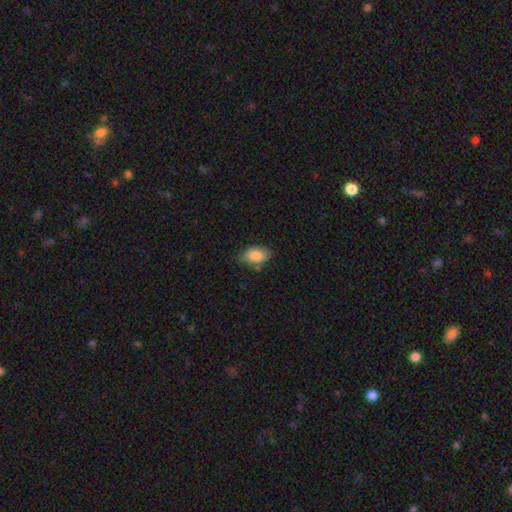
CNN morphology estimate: Q: Smooth or featured?
A: smooth (84%); runner-up: featured or disk (9%)
Q: How rounded?
A: in between (92%); runner-up: round (6%)
Q: Merging?
A: none (71%); runner-up: minor disturbance (21%)